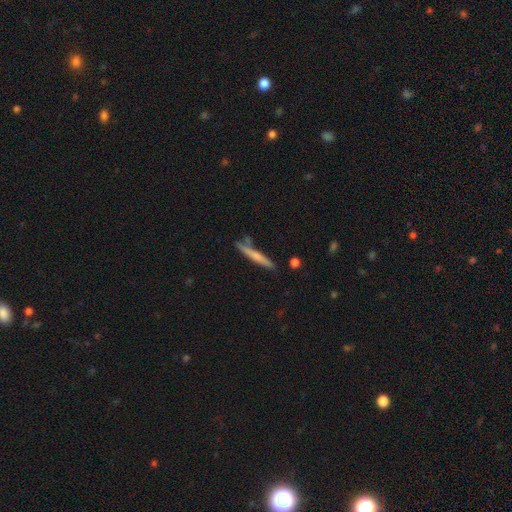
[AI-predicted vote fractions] Smooth or featured? smooth (57%)
How rounded? cigar-shaped (95%)
Merging? none (76%)